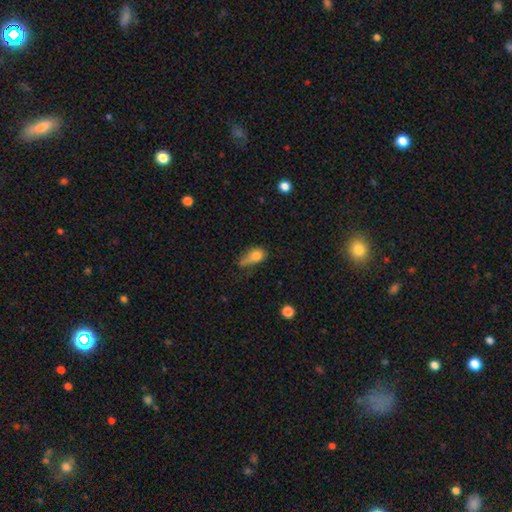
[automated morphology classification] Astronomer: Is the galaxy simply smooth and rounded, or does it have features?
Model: smooth — 77%.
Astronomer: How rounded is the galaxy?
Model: in between — 74%.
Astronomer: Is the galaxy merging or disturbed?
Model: minor disturbance — 36% (runner-up: major disturbance, 32%).